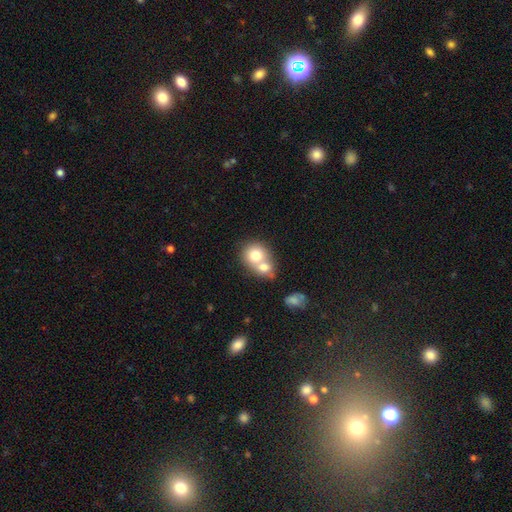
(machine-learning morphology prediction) Smooth or featured? Predicted: smooth (p=0.73). How rounded? Predicted: round (p=0.71). Merging? Predicted: merger (p=0.69).